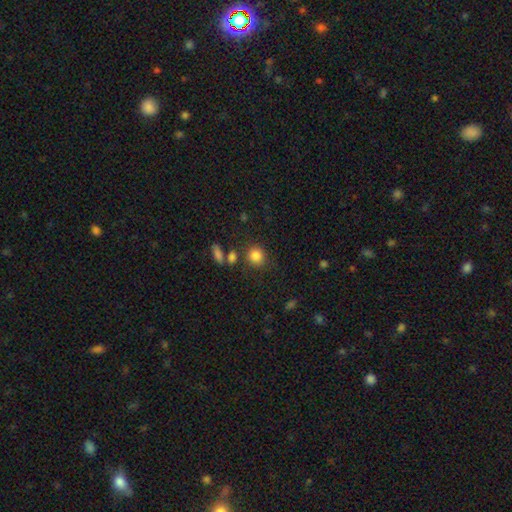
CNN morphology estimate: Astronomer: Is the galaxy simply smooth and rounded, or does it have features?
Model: smooth — 84%.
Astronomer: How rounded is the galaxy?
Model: round — 83%.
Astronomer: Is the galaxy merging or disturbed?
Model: none — 76%.